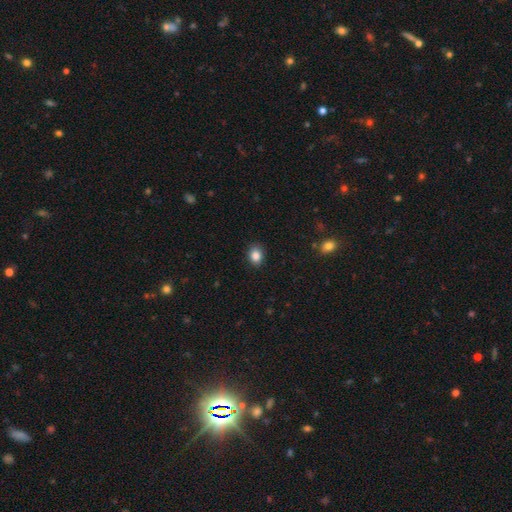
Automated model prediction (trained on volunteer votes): smooth-or-featured: smooth: 85% | star or artifact: 10% | featured or disk: 5%
  how-rounded: in between: 52% | round: 47% | cigar-shaped: 1%
  merging: none: 88% | minor disturbance: 9% | major disturbance: 2% | merger: 1%